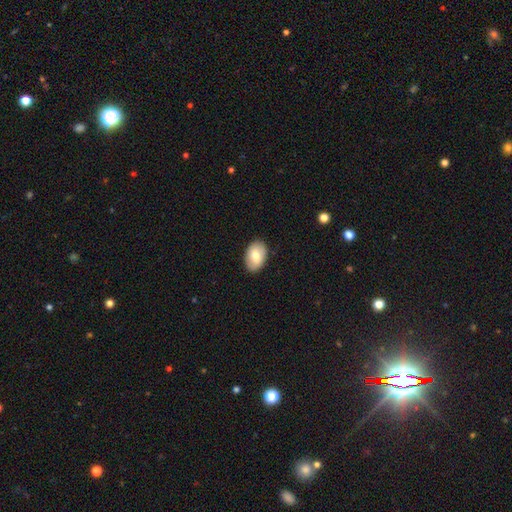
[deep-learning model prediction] smooth_or_featured: smooth (p=0.77) [alt: featured or disk p=0.17]
how_rounded: in between (p=0.87) [alt: round p=0.12]
merging: none (p=0.87) [alt: minor disturbance p=0.10]